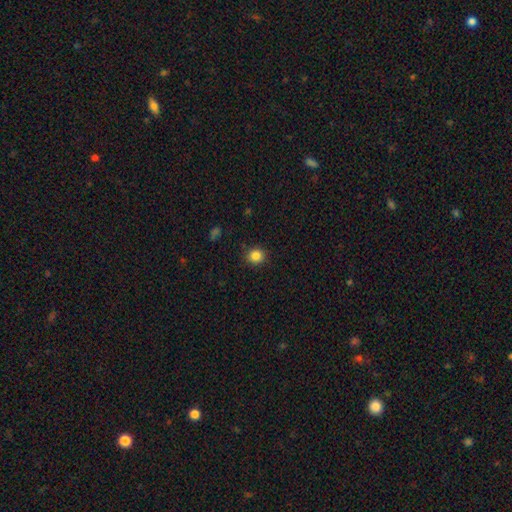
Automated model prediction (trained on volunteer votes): A smooth galaxy with no disk features (85%) that is round (87%). Merging: none (89%).